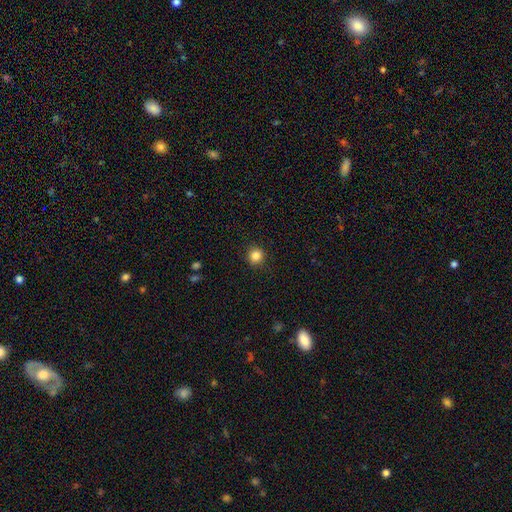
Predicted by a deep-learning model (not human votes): A smooth galaxy with no disk features (85%) that is round (92%).

Vote fractions:
- Smooth or featured? smooth: 85% / star or artifact: 11% / featured or disk: 4%
- How rounded? round: 92% / in between: 7% / cigar-shaped: 1%
- Merging? none: 90% / minor disturbance: 7% / major disturbance: 2% / merger: 1%